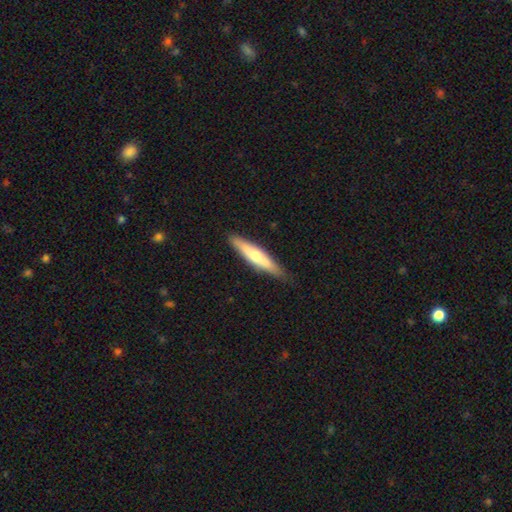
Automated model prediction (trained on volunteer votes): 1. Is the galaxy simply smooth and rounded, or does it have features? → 56% smooth, 39% featured or disk, 5% star or artifact.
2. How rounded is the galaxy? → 87% cigar-shaped, 12% in between, 1% round.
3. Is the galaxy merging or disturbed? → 87% none, 10% minor disturbance, 2% major disturbance, 1% merger.